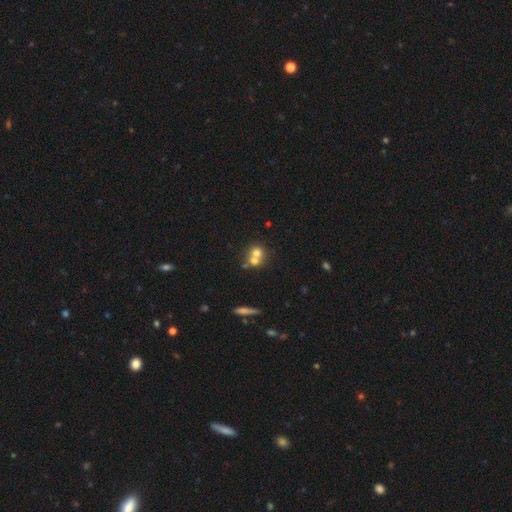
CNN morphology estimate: This is likely a smooth galaxy (65%). How rounded: clearly round (83%). Merging: possibly merger (58%).